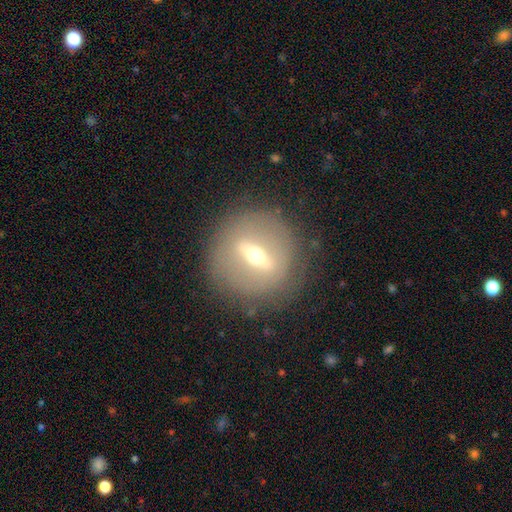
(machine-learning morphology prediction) The model was most divided on "edge-on disk": no: 62%, yes: 38%. More confident: merging — none (86%); smooth or featured — featured or disk (69%).